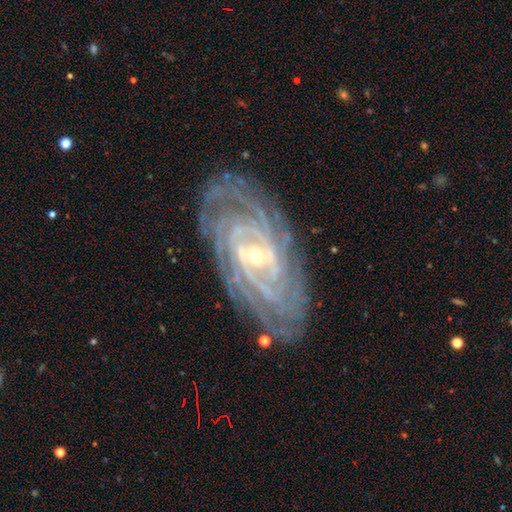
Smooth or featured?
  - featured or disk: 92% *
  - star or artifact: 5%
  - smooth: 3%
Edge-on disk?
  - no: 100% *
  - yes: 0%
Bar?
  - strong: 36% * (tied)
  - weak: 36% * (tied)
  - no: 28%
Spiral arms?
  - yes: 100% *
  - no: 0%
Spiral winding?
  - tight: 89% *
  - medium: 11%
  - loose: 0%
Spiral arm count?
  - more than 4: 53% *
  - 4: 22%
  - can't tell: 19%
  - 2: 3%
  - 3: 3%
  - 1: 0%
Bulge size?
  - small: 53% *
  - moderate: 47%
  - dominant: 0%
  - large: 0%
  - none: 0%
Merging?
  - none: 86% *
  - minor disturbance: 8%
  - major disturbance: 3%
  - merger: 3%